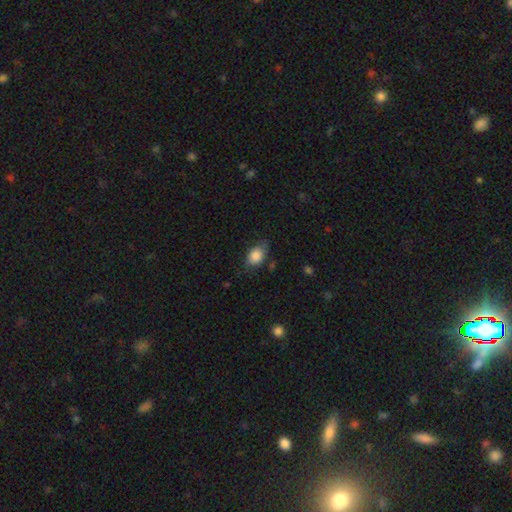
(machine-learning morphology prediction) A smooth galaxy with no disk features (84%) that is in between round and cigar-shaped (78%). Merging: none (66%).